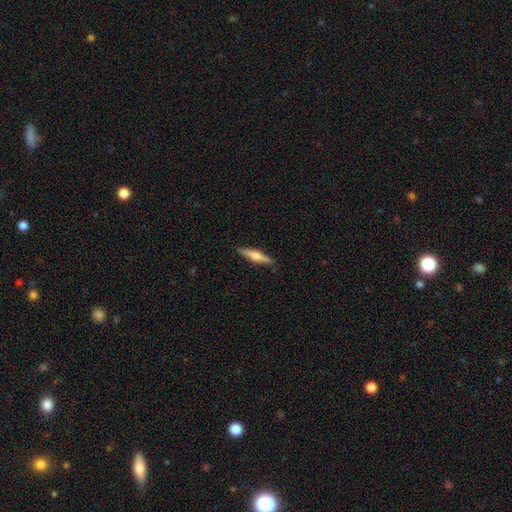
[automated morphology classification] Smooth or featured: featured or disk — 62% (smooth — 33%)
Edge-on disk: yes — 97% (no — 3%)
Edge-on bulge: rounded — 92% (boxy — 5%)
Merging: none — 90% (minor disturbance — 7%)